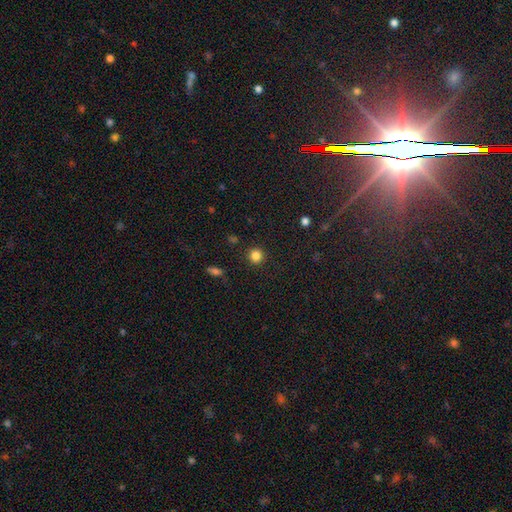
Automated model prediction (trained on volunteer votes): smooth_or_featured: smooth (p=0.84) [alt: star or artifact p=0.12]
how_rounded: round (p=0.94) [alt: in between p=0.05]
merging: none (p=0.91) [alt: minor disturbance p=0.05]